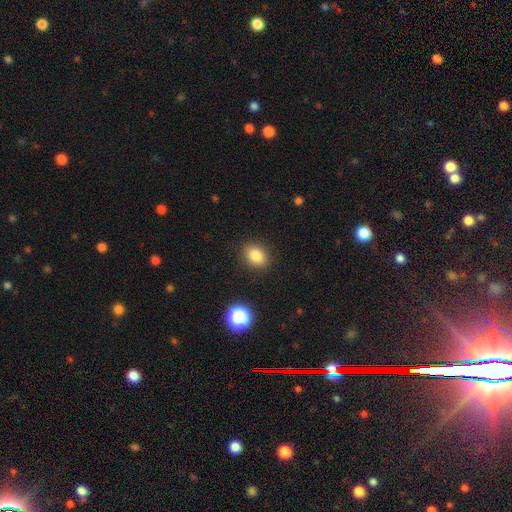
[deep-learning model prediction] This appears to be a smooth galaxy with no disk features (83%) that is in between round and cigar-shaped (55%). Merging: none (88%).